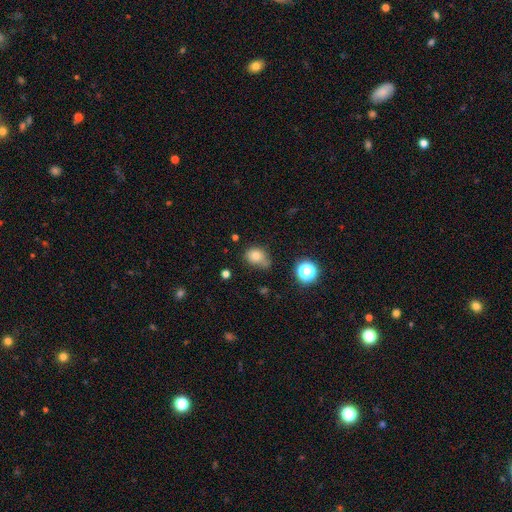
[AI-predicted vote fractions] A smooth galaxy with no disk features (77%) that is in between round and cigar-shaped (51%). Merging: none (49%).